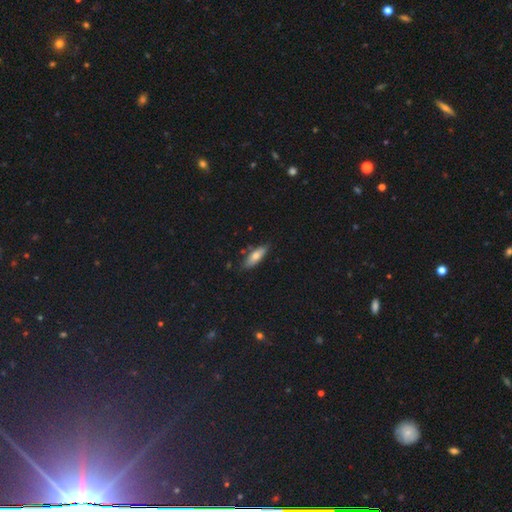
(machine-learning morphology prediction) This is likely a smooth galaxy (73%). How rounded: possibly in between (57%). Merging: clearly none (81%).